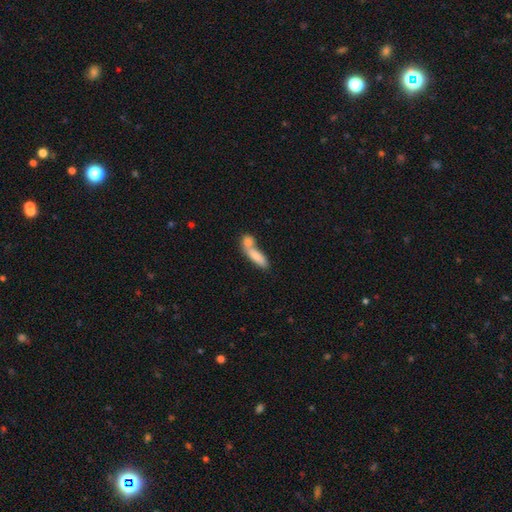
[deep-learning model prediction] Smooth or featured? Predicted: smooth (p=0.77). How rounded? Predicted: in between (p=0.49). Merging? Predicted: merger (p=0.62).